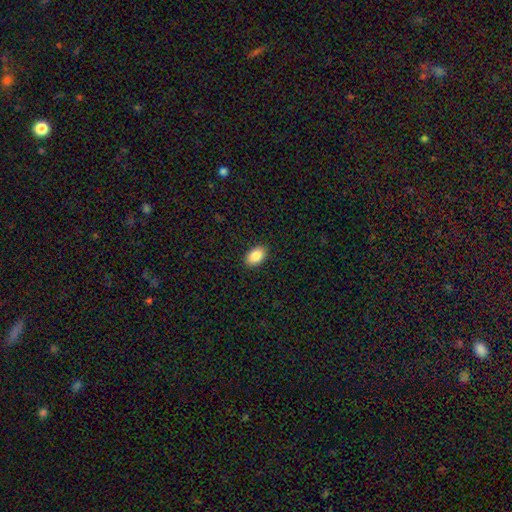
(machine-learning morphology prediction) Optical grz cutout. It shows a smooth galaxy with no disk features (87%) that is in between round and cigar-shaped (90%). Merging: none (90%).